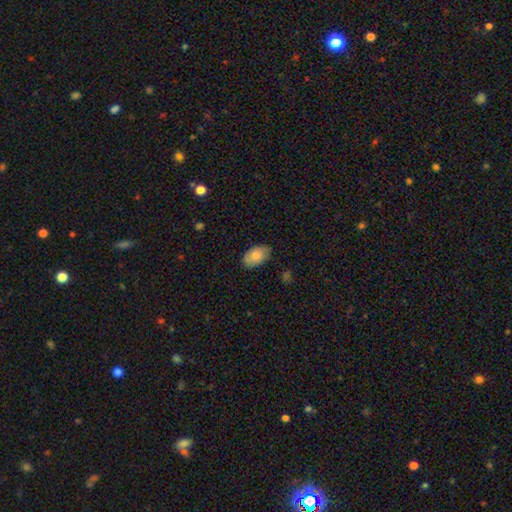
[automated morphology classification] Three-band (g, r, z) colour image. It shows a smooth galaxy with no disk features (79%) that is in between round and cigar-shaped (93%). Merging: none (79%).